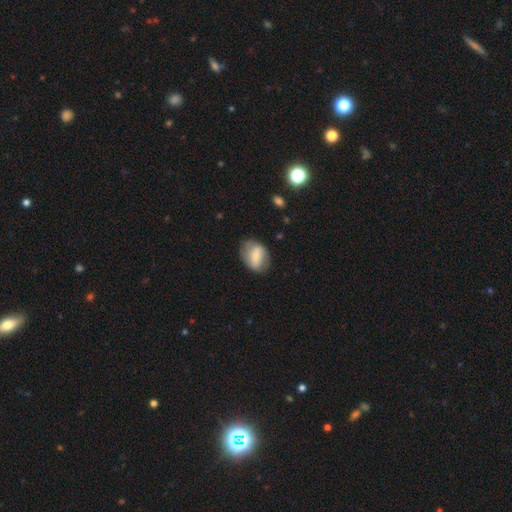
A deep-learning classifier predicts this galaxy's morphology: The model was most divided on "smooth or featured": smooth: 52%, featured or disk: 40%, star or artifact: 7%. More confident: how rounded — in between (72%); merging — none (69%).